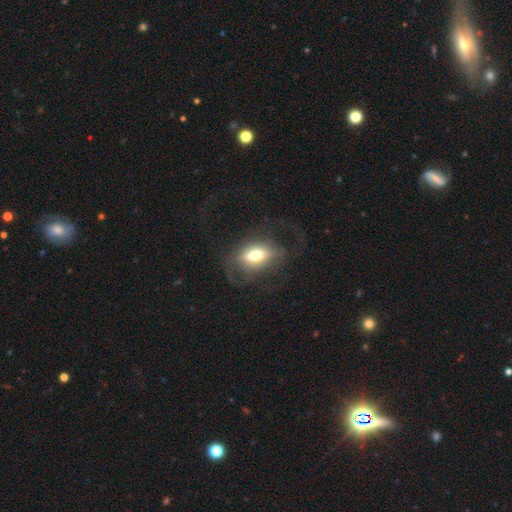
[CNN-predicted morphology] Smooth or featured? Predicted: smooth (p=0.49). Merging? Predicted: none (p=0.49).